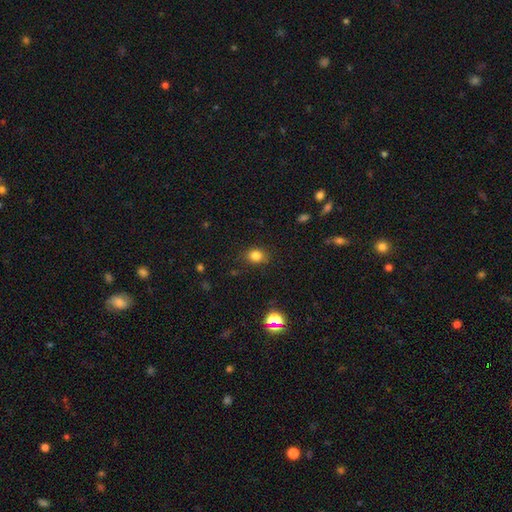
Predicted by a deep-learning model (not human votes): This is clearly a smooth galaxy (81%). How rounded: possibly round (51%). Merging: clearly none (82%).